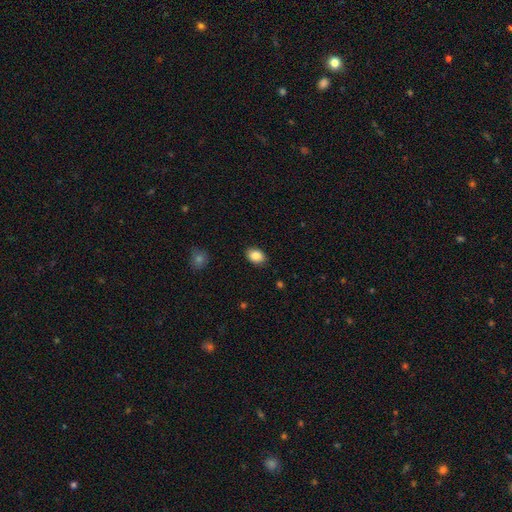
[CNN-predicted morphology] Smooth or featured?
  - smooth: 87% *
  - star or artifact: 8%
  - featured or disk: 5%
How rounded?
  - in between: 79% *
  - round: 20%
  - cigar-shaped: 1%
Merging?
  - none: 87% *
  - minor disturbance: 9%
  - major disturbance: 2%
  - merger: 1%